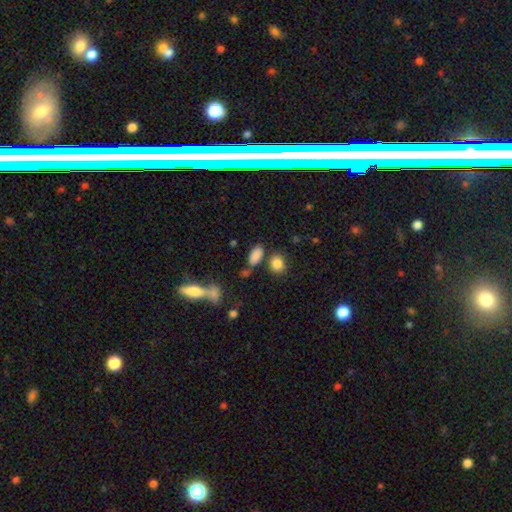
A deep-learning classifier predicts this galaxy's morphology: This appears to be a smooth galaxy with no disk features (85%) that is in between round and cigar-shaped (86%). Merging: none (68%).